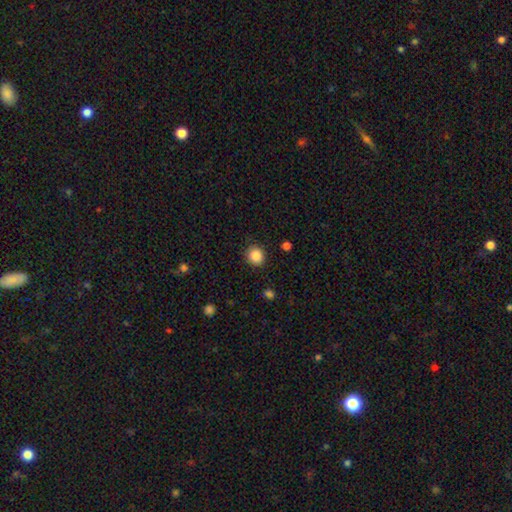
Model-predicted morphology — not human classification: Overall: smooth (87%). How rounded: round (85%). Merging: none (87%).